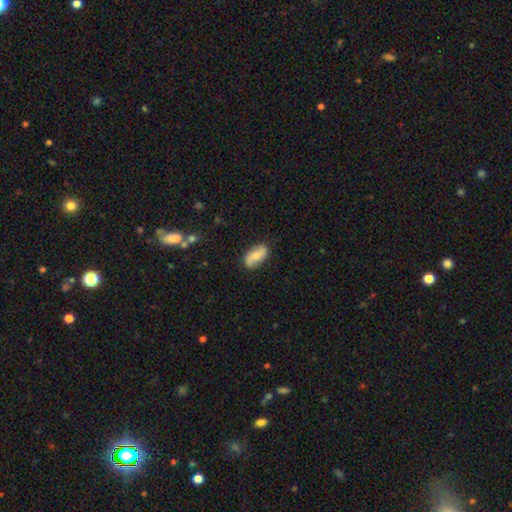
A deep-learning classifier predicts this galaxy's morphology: Overall: smooth (53%; featured or disk 40%). How rounded: in between (90%). Merging: none (80%).